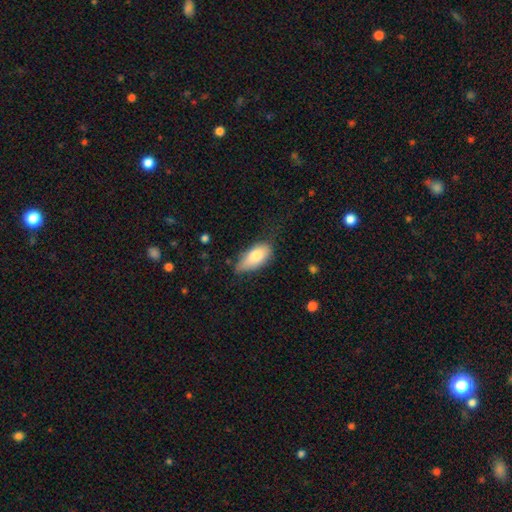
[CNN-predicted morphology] A smooth galaxy with no disk features (77%) that is in between round and cigar-shaped (88%). Merging: none (54%).